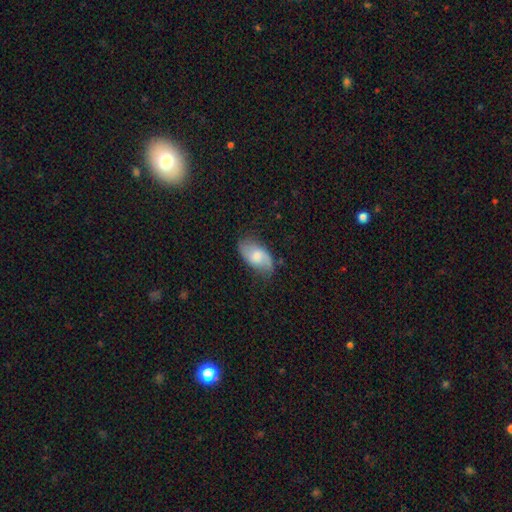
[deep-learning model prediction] This appears to be a smooth galaxy with no disk features (50%) that is in between round and cigar-shaped (92%). Merging: none (70%).